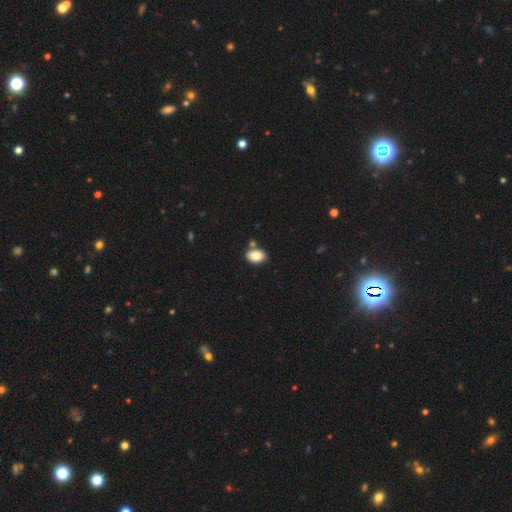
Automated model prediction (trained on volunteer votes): A smooth galaxy with no disk features (85%) that is in between round and cigar-shaped (82%).

Vote fractions:
- Smooth or featured? smooth: 85% / star or artifact: 8% / featured or disk: 7%
- How rounded? in between: 82% / round: 17% / cigar-shaped: 1%
- Merging? none: 75% / merger: 12% / minor disturbance: 11% / major disturbance: 3%